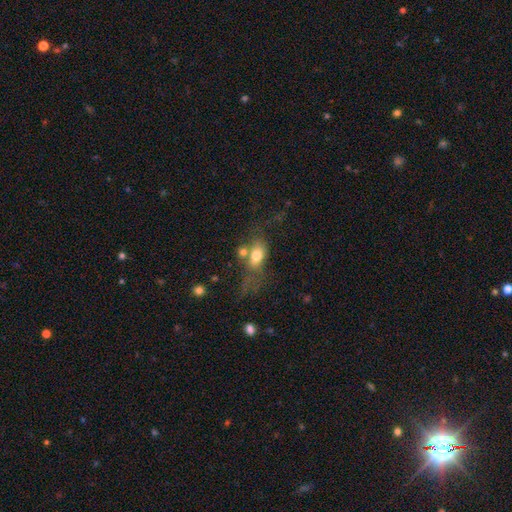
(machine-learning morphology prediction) Smooth or featured?
  - smooth: 71% *
  - featured or disk: 19%
  - star or artifact: 10%
How rounded?
  - in between: 78% *
  - round: 16%
  - cigar-shaped: 6%
Merging?
  - none: 31% *
  - merger: 30%
  - major disturbance: 20%
  - minor disturbance: 18%